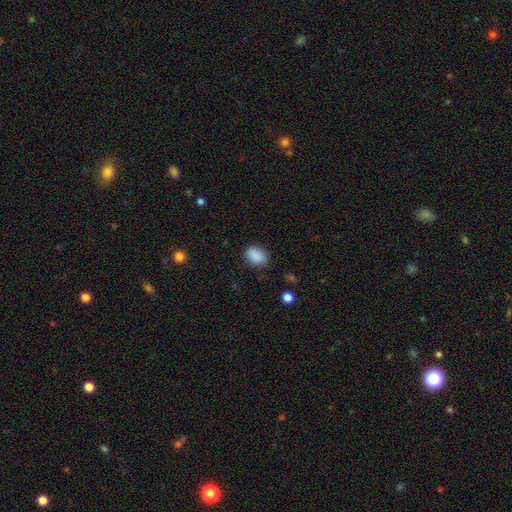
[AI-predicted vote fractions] Overall: smooth (88%). How rounded: in between (73%). Merging: none (82%).